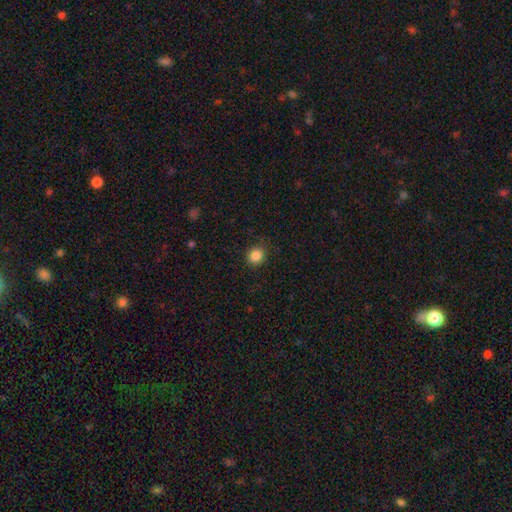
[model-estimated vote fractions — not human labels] A smooth galaxy with no disk features (86%) that is round (85%).

Vote fractions:
- Smooth or featured? smooth: 86% / star or artifact: 10% / featured or disk: 4%
- How rounded? round: 85% / in between: 14% / cigar-shaped: 1%
- Merging? none: 89% / minor disturbance: 8% / major disturbance: 2% / merger: 1%